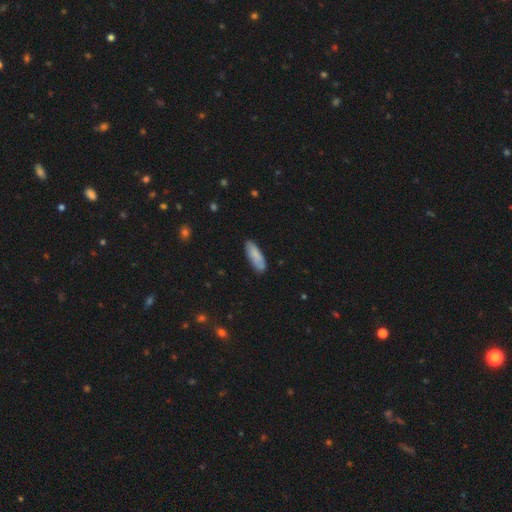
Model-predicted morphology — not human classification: A smooth galaxy with no disk features (83%) that is in between round and cigar-shaped (58%). Merging: none (81%).